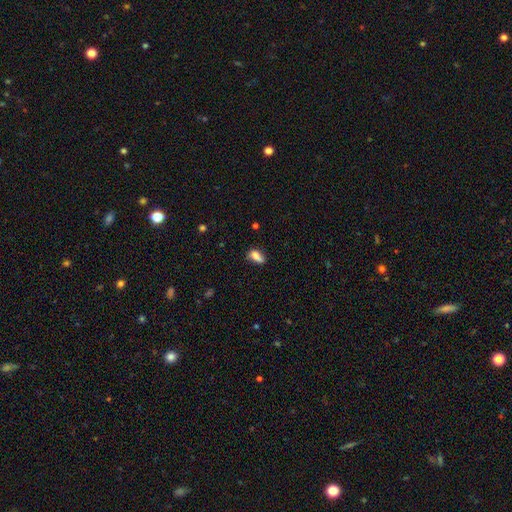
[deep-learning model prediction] This appears to be a smooth galaxy with no disk features (73%) that is in between round and cigar-shaped (80%). Merging: none (45%).